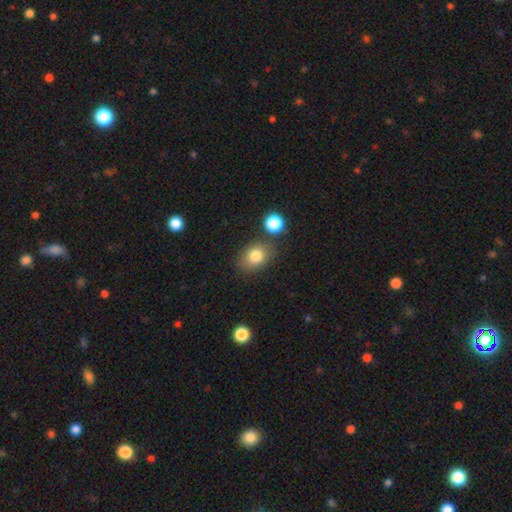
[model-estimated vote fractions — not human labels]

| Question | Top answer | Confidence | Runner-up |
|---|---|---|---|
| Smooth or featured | smooth | 81% | star or artifact (10%) |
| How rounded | in between | 66% | round (33%) |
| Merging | none | 74% | minor disturbance (13%) |